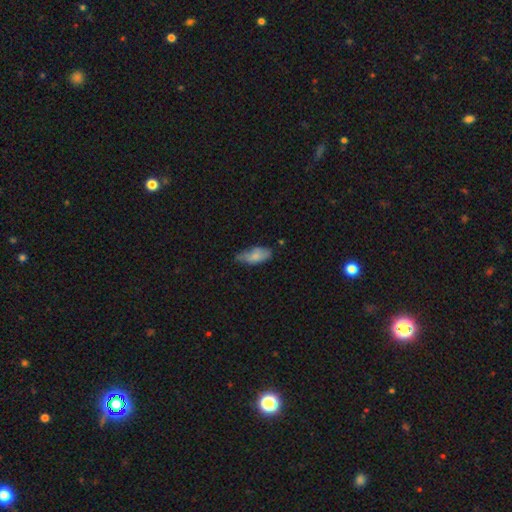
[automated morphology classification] smooth_or_featured: smooth (p=0.78) [alt: featured or disk p=0.15]
how_rounded: in between (p=0.85) [alt: cigar-shaped p=0.13]
merging: none (p=0.52) [alt: minor disturbance p=0.37]